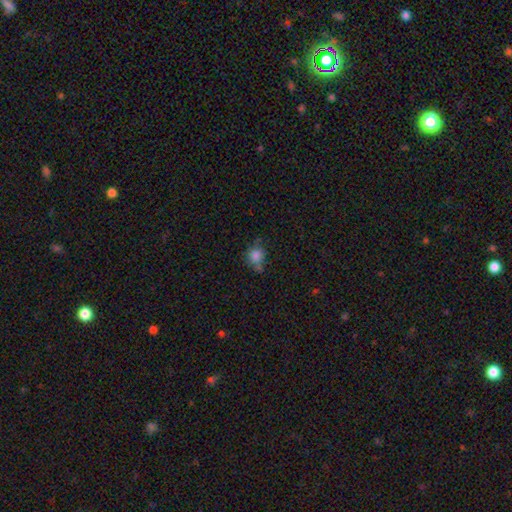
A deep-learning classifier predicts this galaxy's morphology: smooth-or-featured: smooth: 81% | star or artifact: 11% | featured or disk: 8%
  how-rounded: round: 75% | in between: 23% | cigar-shaped: 1%
  merging: none: 52% | minor disturbance: 26% | merger: 14% | major disturbance: 8%